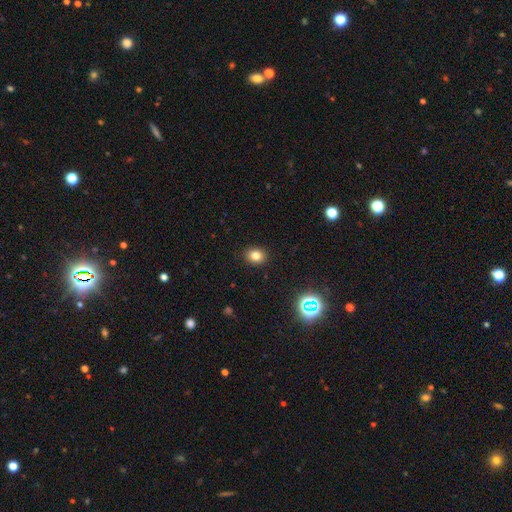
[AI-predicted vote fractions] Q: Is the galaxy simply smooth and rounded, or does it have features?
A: smooth — 79%.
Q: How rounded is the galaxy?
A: round — 58%.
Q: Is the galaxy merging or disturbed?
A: none — 90%.